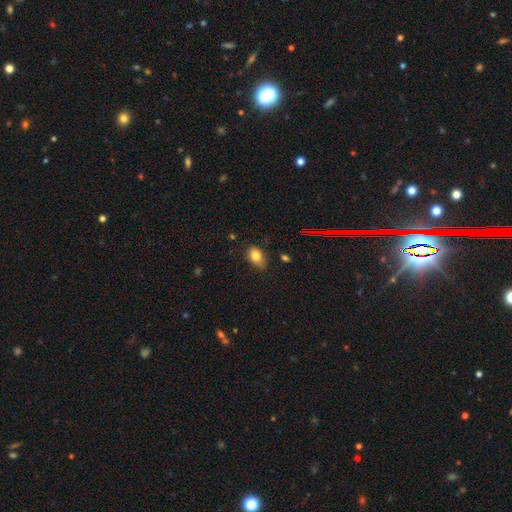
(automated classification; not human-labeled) A smooth galaxy with no disk features (81%) that is in between round and cigar-shaped (82%). Merging: none (71%).